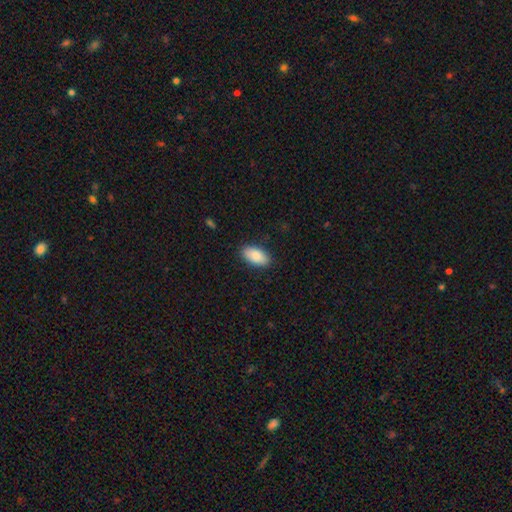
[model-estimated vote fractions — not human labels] Overall: smooth (88%). How rounded: in between (93%). Merging: none (87%).